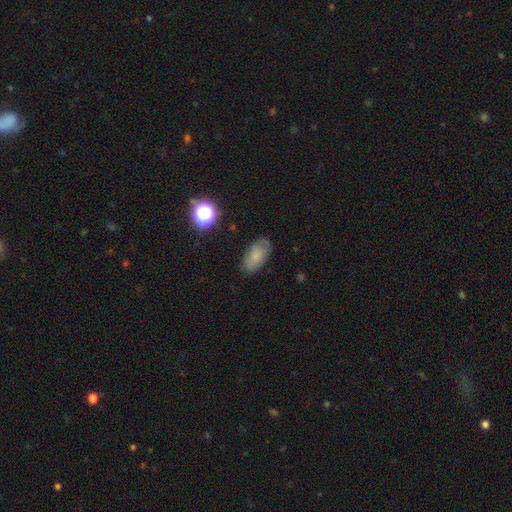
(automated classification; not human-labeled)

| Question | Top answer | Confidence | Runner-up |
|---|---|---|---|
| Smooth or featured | smooth | 68% | featured or disk (22%) |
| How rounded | in between | 92% | round (5%) |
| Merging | none | 76% | minor disturbance (18%) |